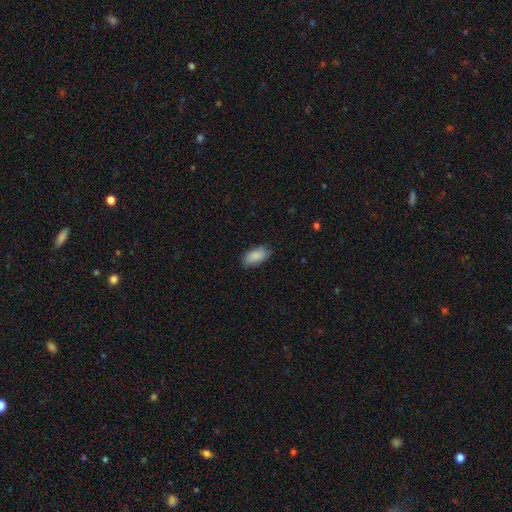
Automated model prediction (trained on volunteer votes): The model was most divided on "merging": none: 79%, minor disturbance: 17%, major disturbance: 3%, merger: 1%. More confident: how rounded — in between (92%); smooth or featured — smooth (88%).